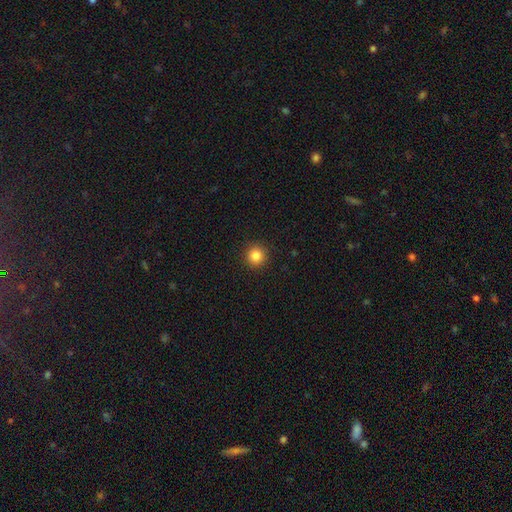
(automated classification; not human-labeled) This appears to be a smooth galaxy with no disk features (84%) that is round (95%). Merging: none (92%).